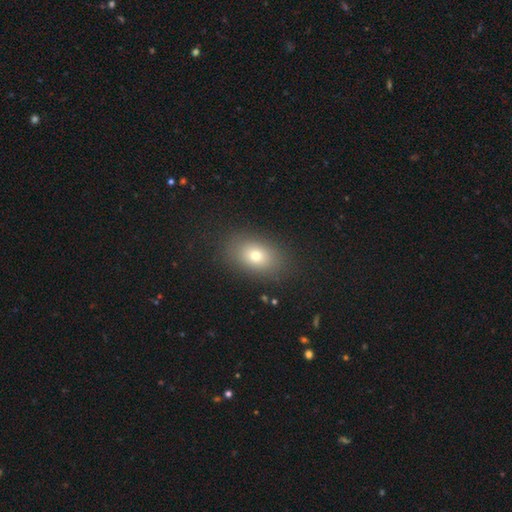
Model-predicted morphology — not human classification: smooth_or_featured: smooth (p=0.74) [alt: featured or disk p=0.13]
how_rounded: in between (p=0.78) [alt: round p=0.20]
merging: none (p=0.85) [alt: minor disturbance p=0.09]